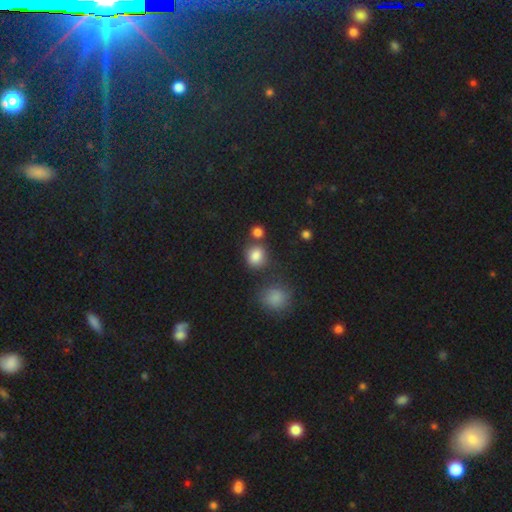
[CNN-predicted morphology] A smooth galaxy with no disk features (82%) that is round (70%). Merging: none (69%).